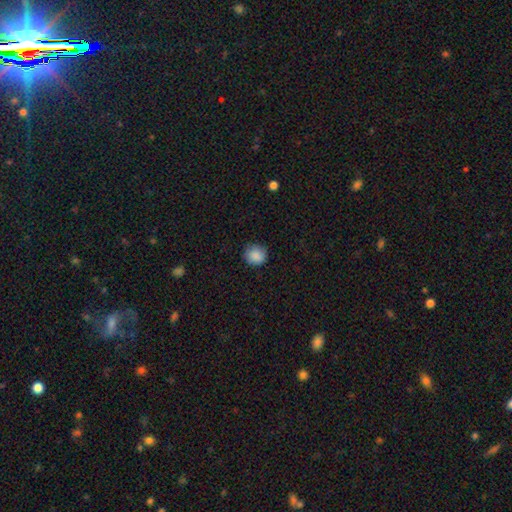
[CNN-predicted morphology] A smooth galaxy with no disk features (88%) that is round (89%).

Vote fractions:
- Smooth or featured? smooth: 88% / star or artifact: 8% / featured or disk: 4%
- How rounded? round: 89% / in between: 10% / cigar-shaped: 1%
- Merging? none: 85% / minor disturbance: 12% / major disturbance: 3% / merger: 1%